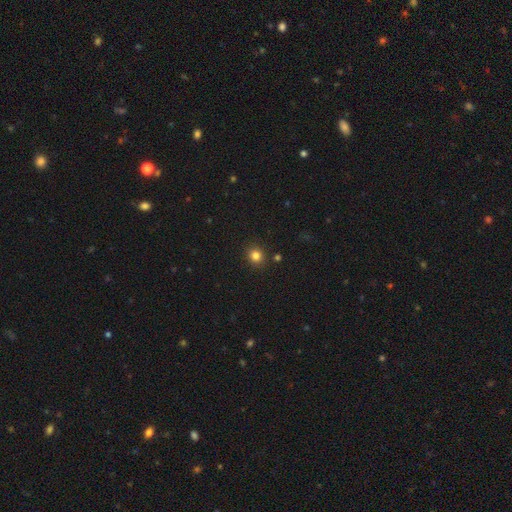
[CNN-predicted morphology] smooth_or_featured: smooth (p=0.82) [alt: star or artifact p=0.13]
how_rounded: round (p=0.86) [alt: in between p=0.13]
merging: none (p=0.90) [alt: minor disturbance p=0.06]